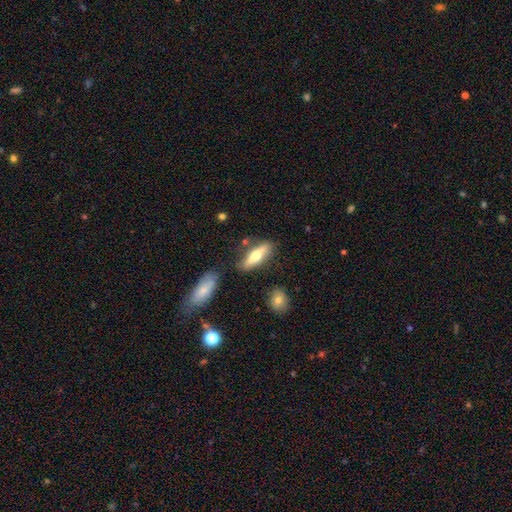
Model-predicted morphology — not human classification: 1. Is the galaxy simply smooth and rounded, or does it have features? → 51% smooth, 43% featured or disk, 6% star or artifact.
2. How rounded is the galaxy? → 60% cigar-shaped, 37% in between, 3% round.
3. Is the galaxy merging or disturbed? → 78% none, 12% minor disturbance, 6% merger, 4% major disturbance.